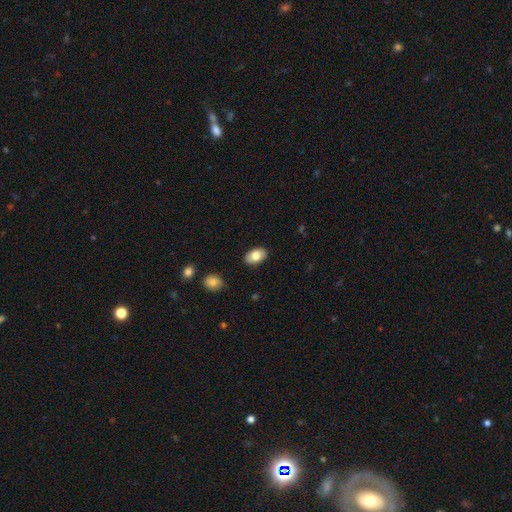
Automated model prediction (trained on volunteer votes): Smooth or featured? Predicted: smooth (p=0.79). How rounded? Predicted: in between (p=0.92). Merging? Predicted: none (p=0.87).